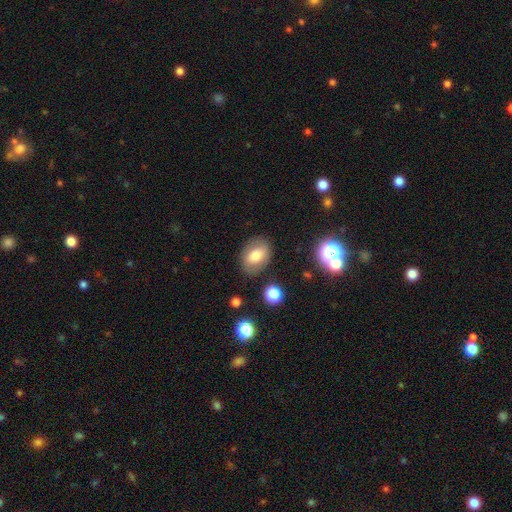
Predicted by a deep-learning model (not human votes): Smooth or featured?
  - smooth: 68% *
  - featured or disk: 22%
  - star or artifact: 10%
How rounded?
  - in between: 74% *
  - round: 25%
  - cigar-shaped: 1%
Merging?
  - none: 80% *
  - minor disturbance: 14%
  - major disturbance: 5%
  - merger: 2%